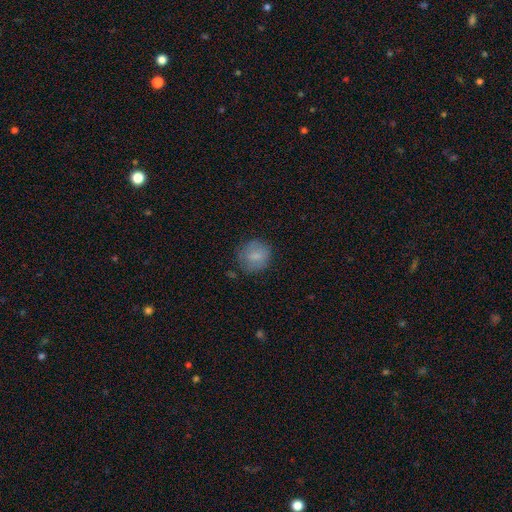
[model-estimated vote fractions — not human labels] Q: Smooth or featured?
A: smooth (80%); runner-up: featured or disk (12%)
Q: How rounded?
A: round (89%); runner-up: in between (10%)
Q: Merging?
A: none (77%); runner-up: minor disturbance (16%)